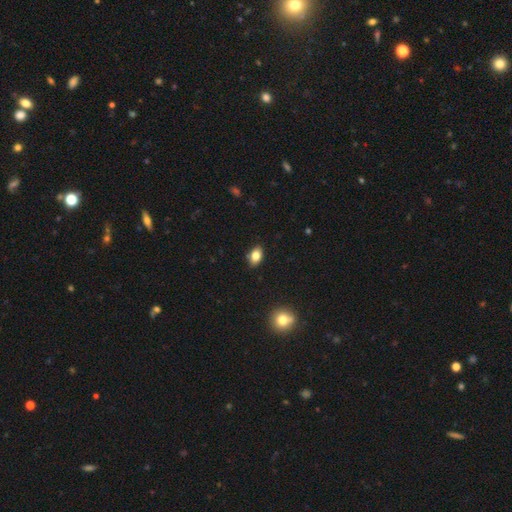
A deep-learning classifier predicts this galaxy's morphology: smooth 82%, star or artifact 10%, featured or disk 9%. Down the decision tree: how rounded — in between (82%); merging — none (84%).